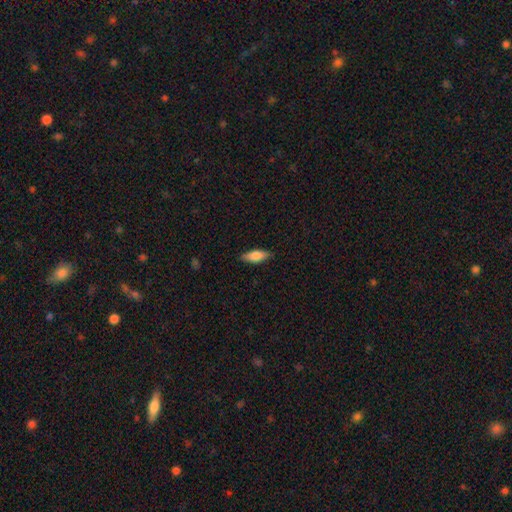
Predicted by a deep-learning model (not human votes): Morphology: type=smooth (78%); roundness=in between (71%); merging=none (86%).